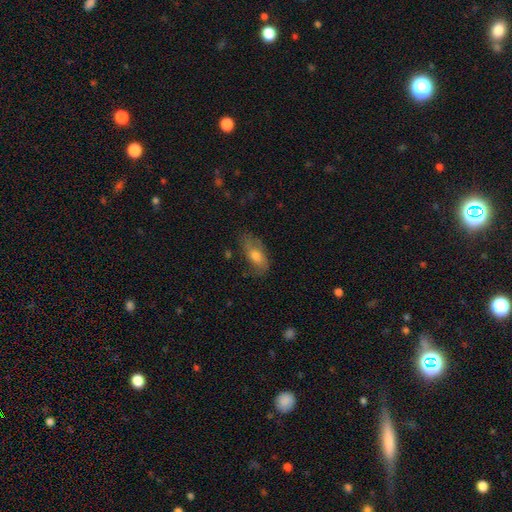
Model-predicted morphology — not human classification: Smooth or featured? smooth (57%)
How rounded? in between (84%)
Merging? none (60%)